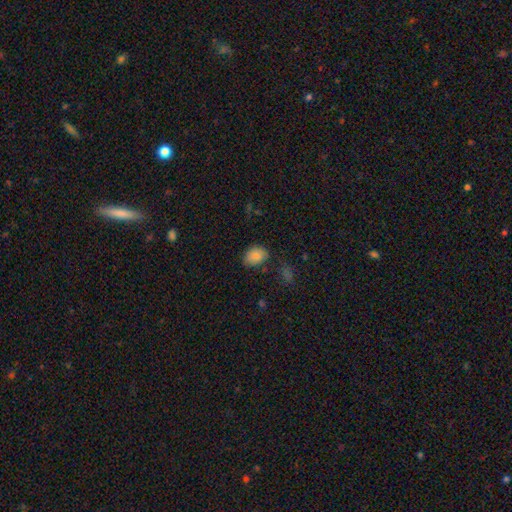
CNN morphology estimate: smooth_or_featured: smooth (p=0.84) [alt: star or artifact p=0.09]
how_rounded: in between (p=0.69) [alt: round p=0.30]
merging: none (p=0.72) [alt: minor disturbance p=0.21]